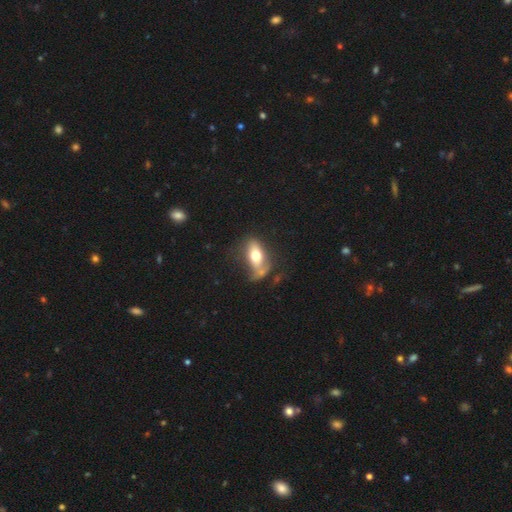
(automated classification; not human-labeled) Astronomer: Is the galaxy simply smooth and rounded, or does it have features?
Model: smooth — 60%.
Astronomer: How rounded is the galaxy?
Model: in between — 82%.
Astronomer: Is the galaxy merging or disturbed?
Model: none — 37% (runner-up: minor disturbance, 25%).